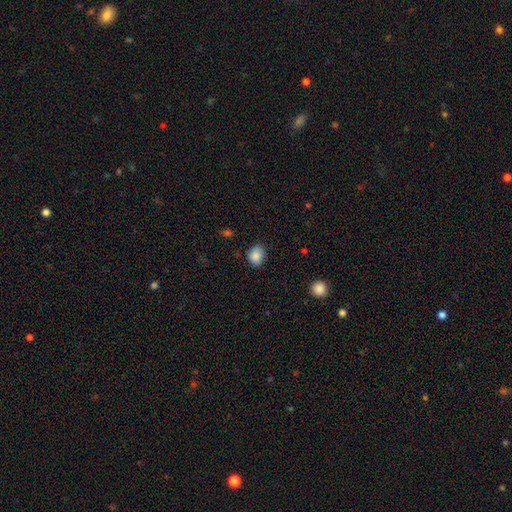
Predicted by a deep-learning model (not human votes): Smooth or featured?
  - smooth: 87% *
  - star or artifact: 8%
  - featured or disk: 5%
How rounded?
  - in between: 56% *
  - round: 43%
  - cigar-shaped: 1%
Merging?
  - none: 76% *
  - minor disturbance: 20%
  - major disturbance: 3%
  - merger: 1%